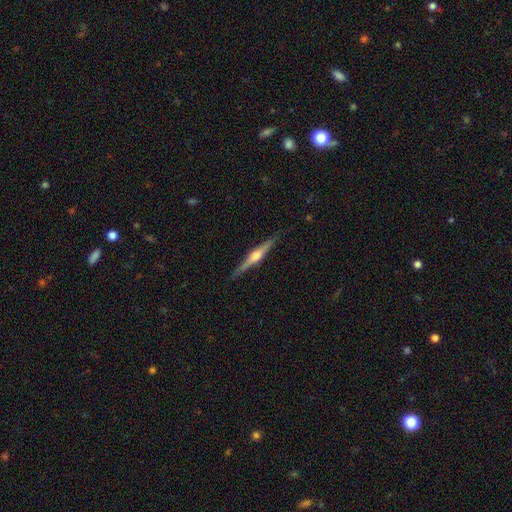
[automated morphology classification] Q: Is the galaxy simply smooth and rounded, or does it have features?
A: featured or disk — 78%.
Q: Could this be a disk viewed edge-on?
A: yes — 98%.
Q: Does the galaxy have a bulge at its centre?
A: rounded — 90%.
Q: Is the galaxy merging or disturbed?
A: none — 89%.